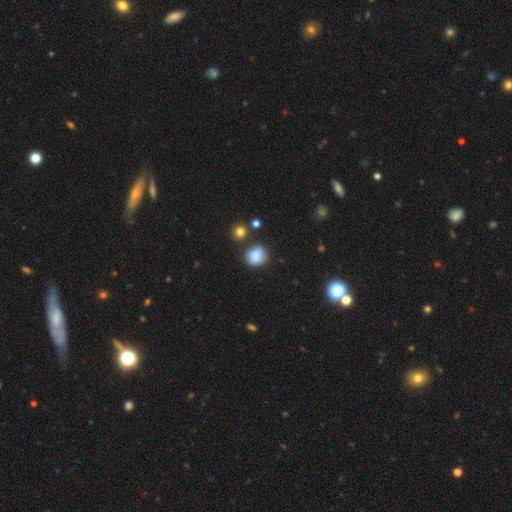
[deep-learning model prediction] The model was most divided on "how rounded": round: 69%, in between: 30%, cigar-shaped: 1%. More confident: smooth or featured — smooth (81%); merging — none (63%).